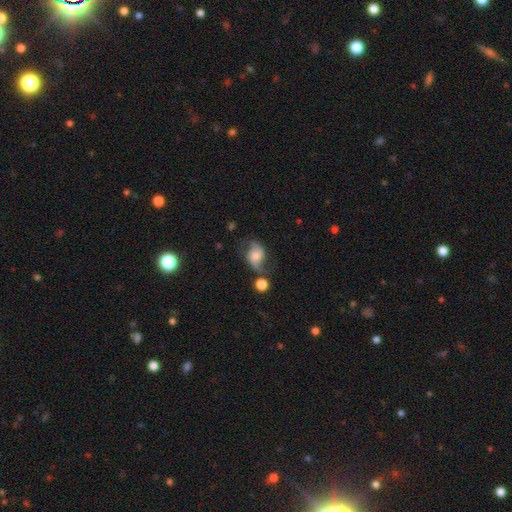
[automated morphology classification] smooth-or-featured: featured or disk: 54% | smooth: 36% | star or artifact: 10%
  disk-edge-on: no: 96% | yes: 4%
    bar: no: 62% | weak: 30% | strong: 8%
    has-spiral-arms: yes: 86% | no: 14%
    bulge-size: moderate: 41% | small: 32% | large: 13% | none: 10% | dominant: 4%
  merging: none: 45% | minor disturbance: 26% | major disturbance: 19% | merger: 10%